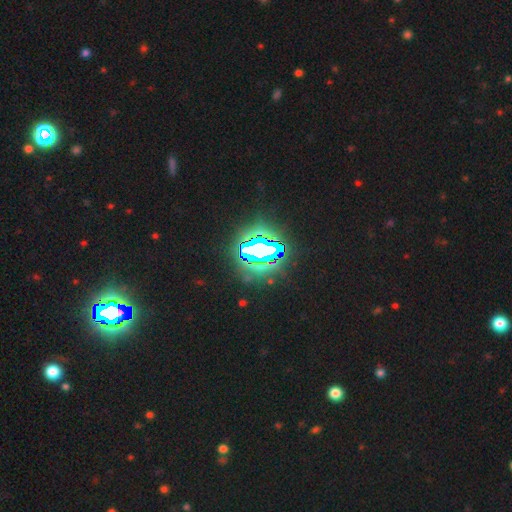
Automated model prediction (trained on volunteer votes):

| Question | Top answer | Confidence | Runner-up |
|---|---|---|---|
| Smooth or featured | star or artifact | 75% | smooth (14%) |